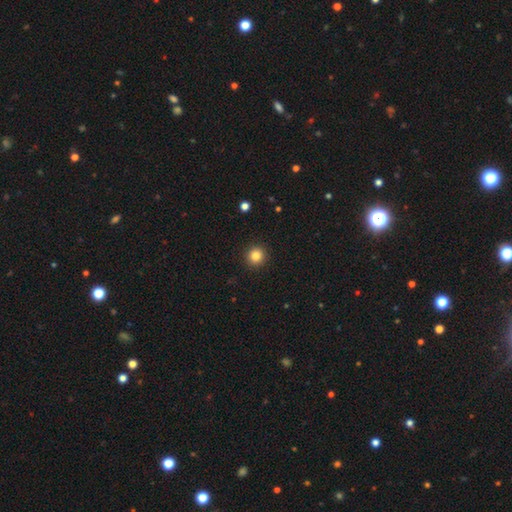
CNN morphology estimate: smooth_or_featured: smooth (p=0.84) [alt: star or artifact p=0.11]
how_rounded: round (p=0.93) [alt: in between p=0.06]
merging: none (p=0.92) [alt: minor disturbance p=0.05]